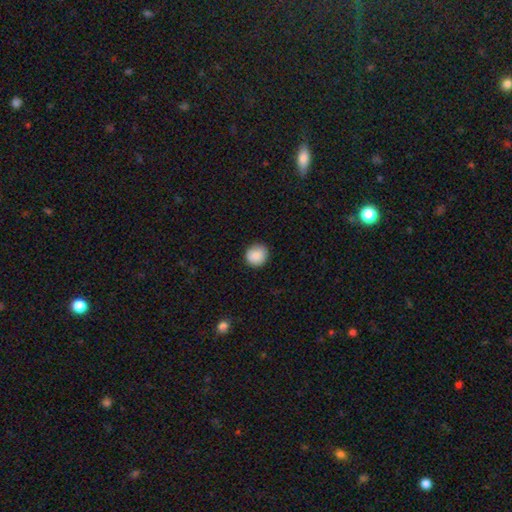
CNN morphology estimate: A smooth galaxy with no disk features (89%) that is round (87%).

Vote fractions:
- Smooth or featured? smooth: 89% / star or artifact: 8% / featured or disk: 4%
- How rounded? round: 87% / in between: 13% / cigar-shaped: 1%
- Merging? none: 87% / minor disturbance: 10% / major disturbance: 2% / merger: 1%